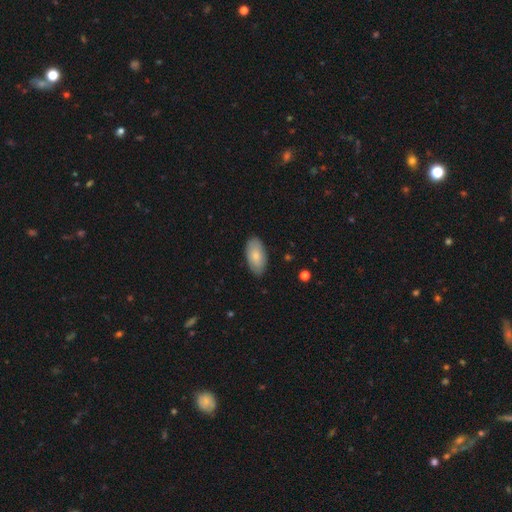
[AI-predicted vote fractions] Smooth or featured? Predicted: smooth (p=0.78). How rounded? Predicted: in between (p=0.95). Merging? Predicted: none (p=0.85).